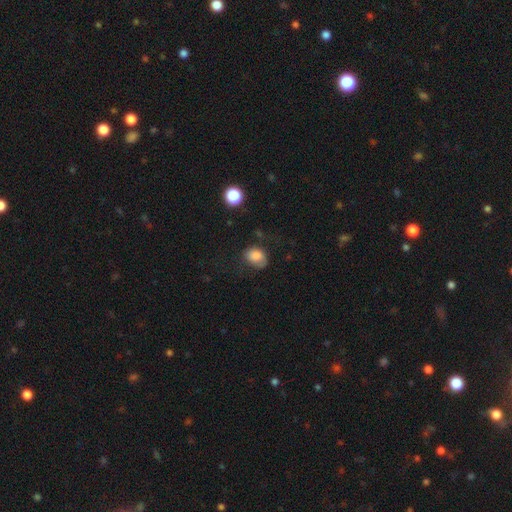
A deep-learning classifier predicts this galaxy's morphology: smooth_or_featured: smooth (p=0.80) [alt: featured or disk p=0.11]
how_rounded: in between (p=0.60) [alt: round p=0.39]
merging: none (p=0.51) [alt: minor disturbance p=0.29]